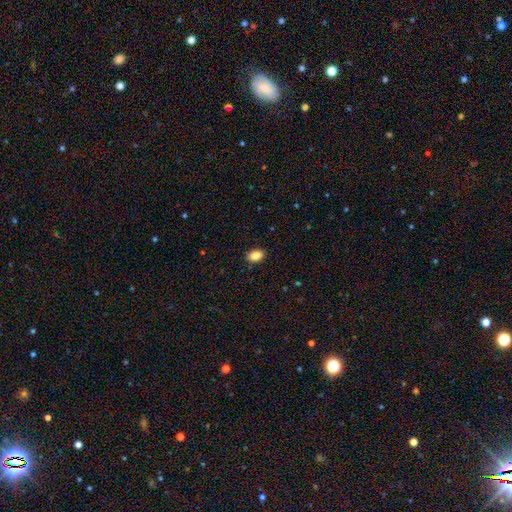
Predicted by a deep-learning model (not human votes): Q: Smooth or featured?
A: smooth (88%); runner-up: star or artifact (8%)
Q: How rounded?
A: in between (87%); runner-up: round (12%)
Q: Merging?
A: none (89%); runner-up: minor disturbance (8%)